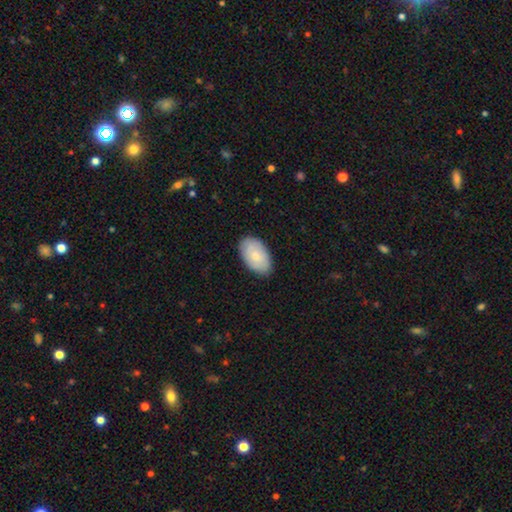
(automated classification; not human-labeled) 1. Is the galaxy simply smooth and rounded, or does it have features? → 77% smooth, 18% featured or disk, 5% star or artifact.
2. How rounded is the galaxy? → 94% in between, 5% round, 1% cigar-shaped.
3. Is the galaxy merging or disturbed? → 83% none, 14% minor disturbance, 2% major disturbance, 1% merger.